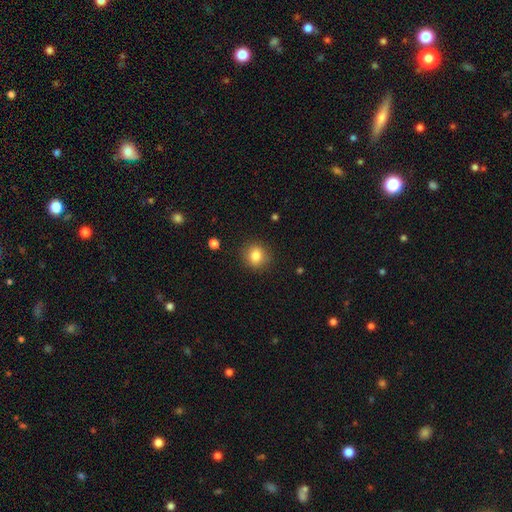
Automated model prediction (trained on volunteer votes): Overall: smooth (83%). How rounded: round (82%). Merging: none (89%).